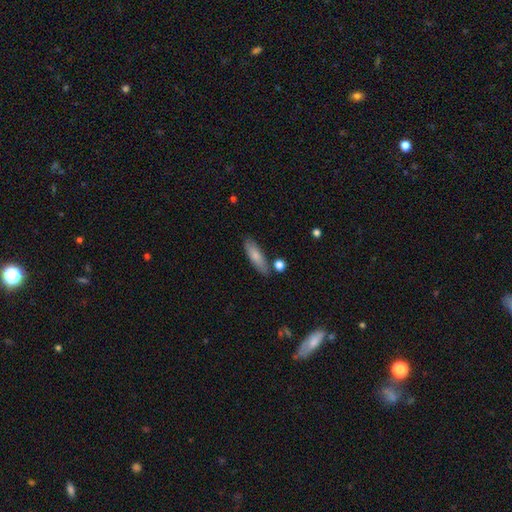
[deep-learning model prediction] Smooth or featured? Predicted: smooth (p=0.79). How rounded? Predicted: cigar-shaped (p=0.51). Merging? Predicted: none (p=0.78).